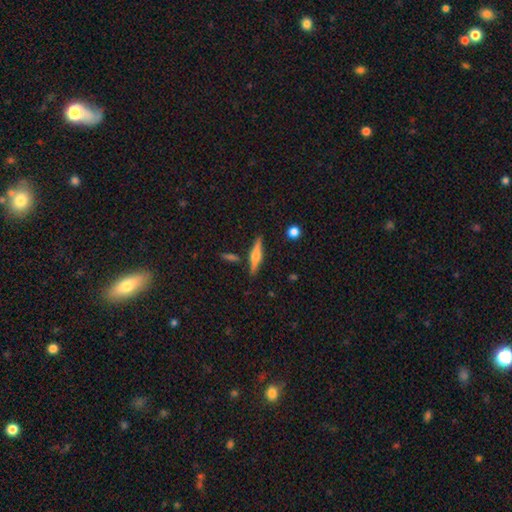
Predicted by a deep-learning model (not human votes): The model was most divided on "smooth or featured": featured or disk: 63%, smooth: 30%, star or artifact: 7%. More confident: edge-on disk — yes (97%); merging — none (84%); edge-on bulge — rounded (84%).